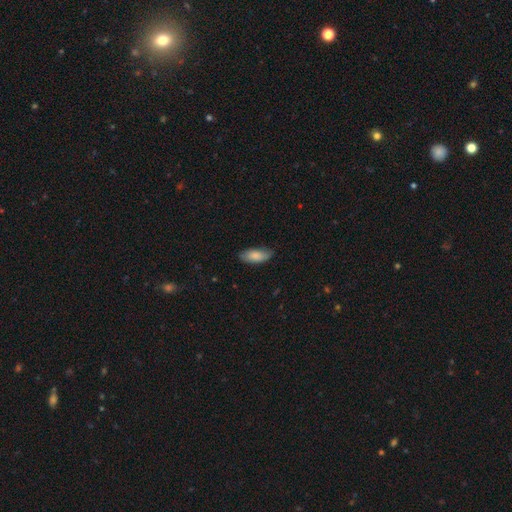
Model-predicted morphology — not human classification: Smooth or featured: smooth — 83% (featured or disk — 11%)
How rounded: in between — 80% (cigar-shaped — 18%)
Merging: none — 74% (minor disturbance — 21%)